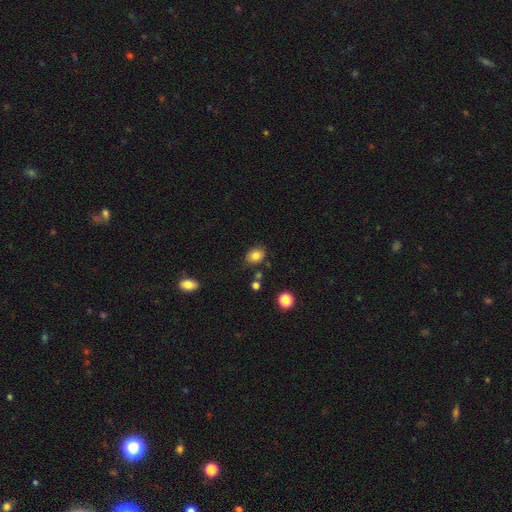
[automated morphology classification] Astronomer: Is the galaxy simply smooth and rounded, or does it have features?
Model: smooth — 81%.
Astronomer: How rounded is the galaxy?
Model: in between — 61% (runner-up: round, 38%).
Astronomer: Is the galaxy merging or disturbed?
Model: none — 80%.